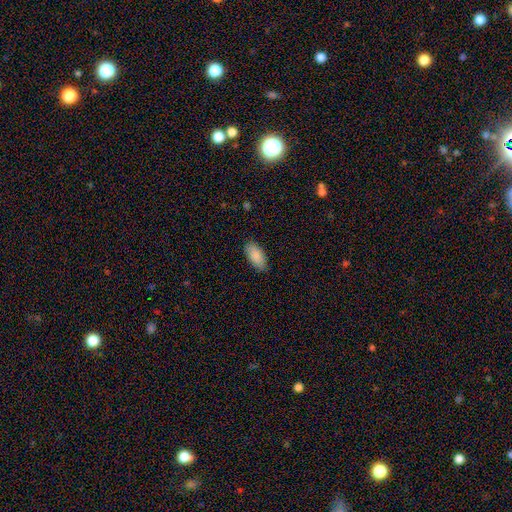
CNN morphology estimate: Q: Smooth or featured?
A: smooth (88%); runner-up: star or artifact (6%)
Q: How rounded?
A: in between (92%); runner-up: cigar-shaped (6%)
Q: Merging?
A: none (85%); runner-up: minor disturbance (11%)